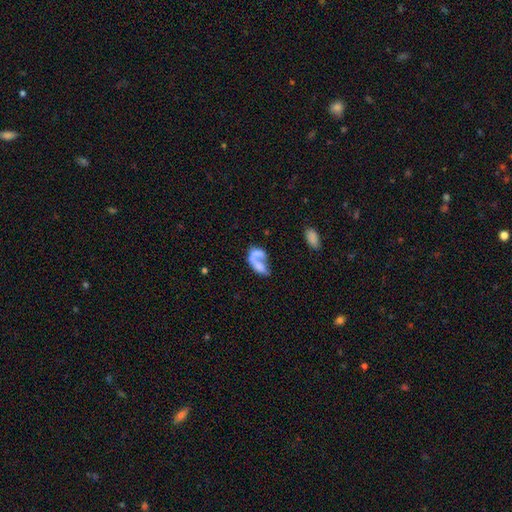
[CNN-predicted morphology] This appears to be a featured or disk galaxy (46%). Merging: major disturbance (32%).